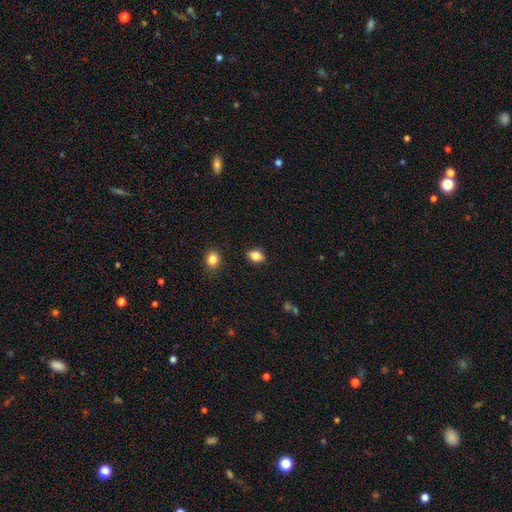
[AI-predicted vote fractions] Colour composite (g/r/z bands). It shows a smooth galaxy with no disk features (84%) that is in between round and cigar-shaped (72%). Merging: none (86%).